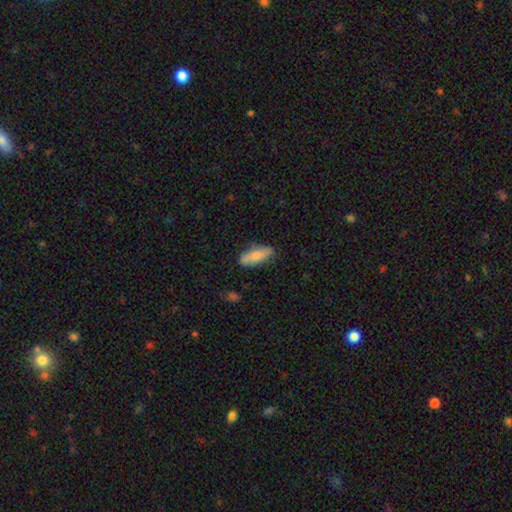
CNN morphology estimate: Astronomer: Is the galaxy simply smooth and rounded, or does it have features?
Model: smooth — 79%.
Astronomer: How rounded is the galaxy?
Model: in between — 66%.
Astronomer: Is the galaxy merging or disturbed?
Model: none — 79%.